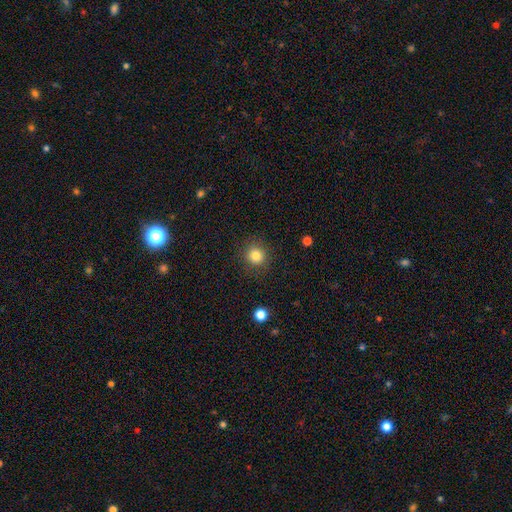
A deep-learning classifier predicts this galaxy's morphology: smooth_or_featured: smooth (p=0.83) [alt: star or artifact p=0.11]
how_rounded: round (p=0.92) [alt: in between p=0.07]
merging: none (p=0.89) [alt: minor disturbance p=0.07]